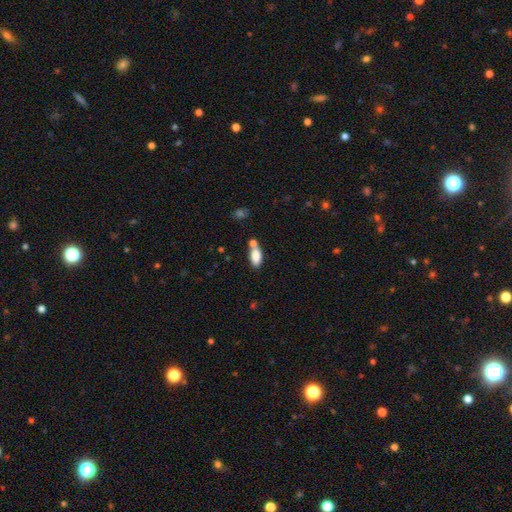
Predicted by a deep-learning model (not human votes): Smooth or featured? Predicted: smooth (p=0.85). How rounded? Predicted: in between (p=0.87). Merging? Predicted: none (p=0.56).